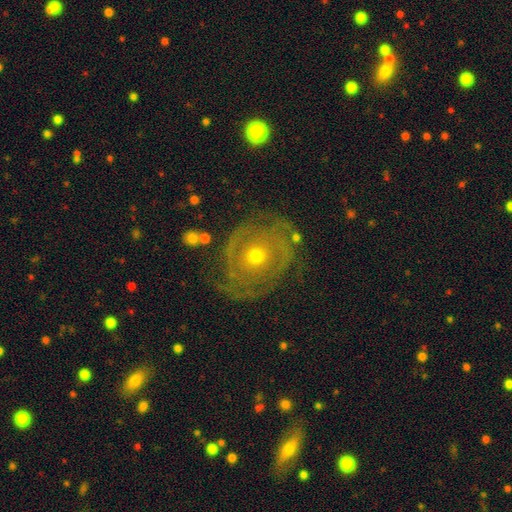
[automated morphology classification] type=featured or disk (78%); edge-on=no (97%); bar=no (84%); spiral arms=yes (77%); winding=tight (64%); arm count=2 (41%); bulge=small (49%); merging=none (67%).